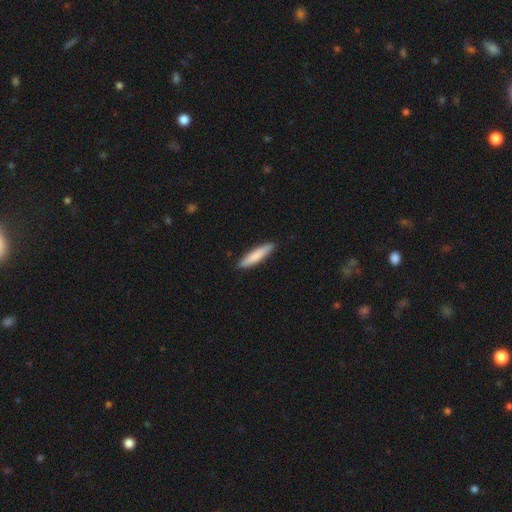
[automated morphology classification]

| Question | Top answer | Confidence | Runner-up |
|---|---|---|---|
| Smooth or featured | smooth | 82% | featured or disk (13%) |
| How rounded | cigar-shaped | 86% | in between (13%) |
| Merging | none | 89% | minor disturbance (9%) |